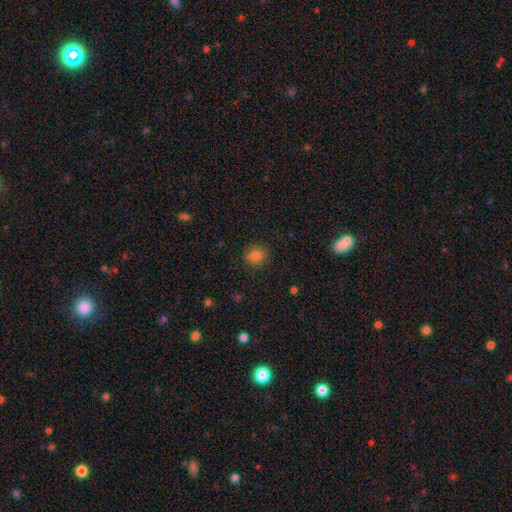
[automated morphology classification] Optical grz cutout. It shows a smooth galaxy with no disk features (82%) that is round (71%). Merging: none (86%).